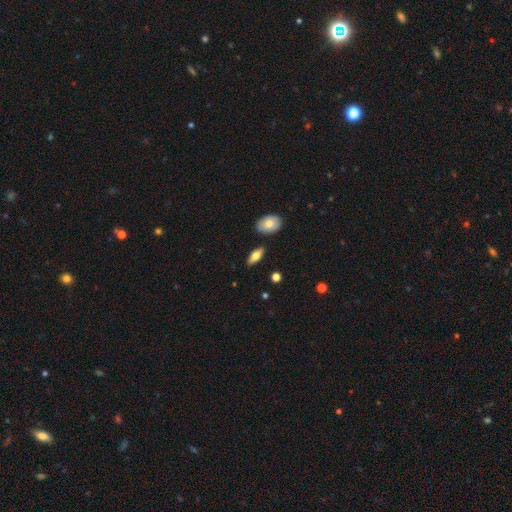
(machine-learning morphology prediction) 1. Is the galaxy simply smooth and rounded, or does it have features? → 68% smooth, 25% featured or disk, 7% star or artifact.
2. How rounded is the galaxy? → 77% in between, 19% cigar-shaped, 4% round.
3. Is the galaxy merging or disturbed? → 83% none, 10% minor disturbance, 4% merger, 2% major disturbance.